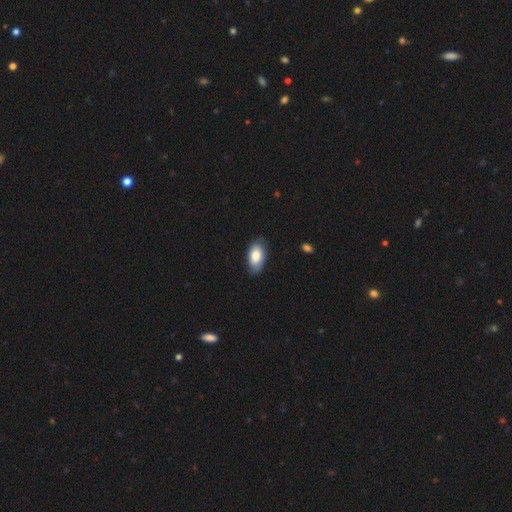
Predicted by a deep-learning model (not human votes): smooth_or_featured: smooth (p=0.82) [alt: featured or disk p=0.12]
how_rounded: in between (p=0.94) [alt: round p=0.04]
merging: none (p=0.80) [alt: minor disturbance p=0.16]